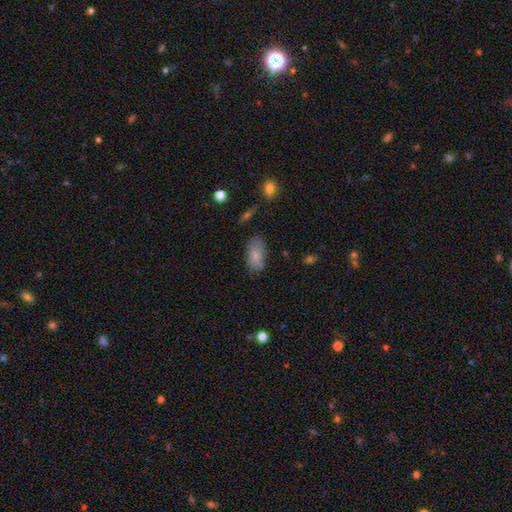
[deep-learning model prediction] Smooth or featured: smooth — 80% (featured or disk — 13%)
How rounded: in between — 93% (round — 4%)
Merging: none — 71% (minor disturbance — 21%)